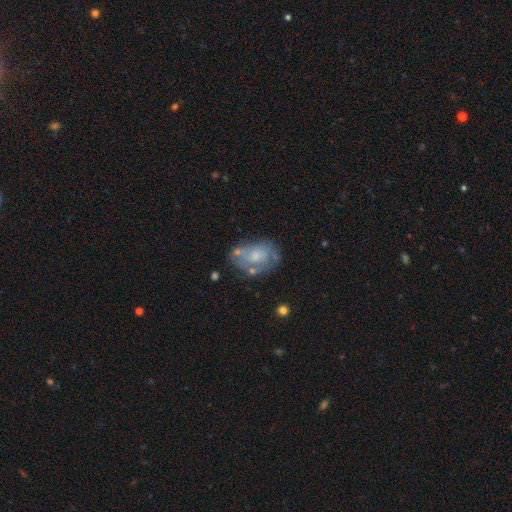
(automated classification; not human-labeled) The model was most divided on "smooth or featured": featured or disk: 50%, smooth: 42%, star or artifact: 8%. More confident: merging — none (51%).